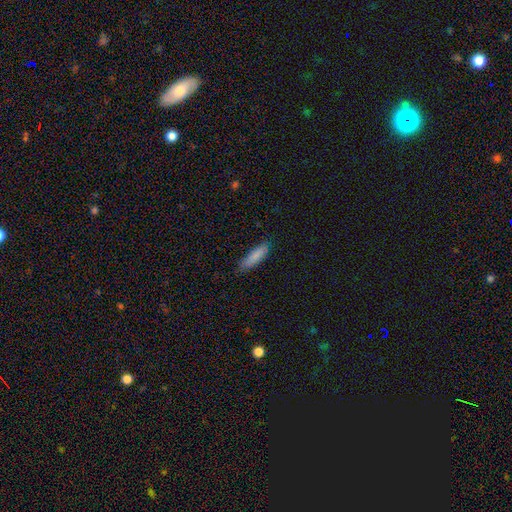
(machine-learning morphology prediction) This appears to be a smooth galaxy with no disk features (85%) that is cigar-shaped (69%). Merging: none (80%).